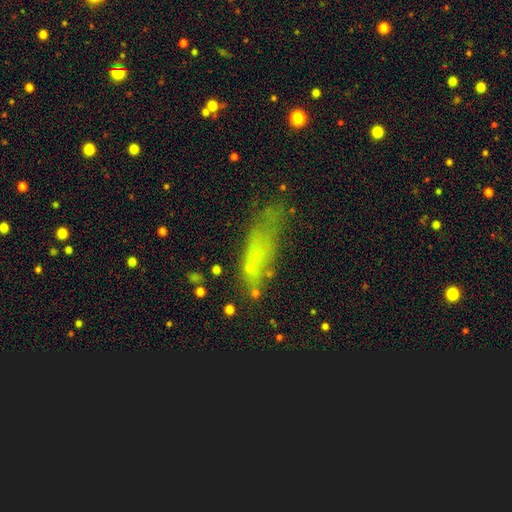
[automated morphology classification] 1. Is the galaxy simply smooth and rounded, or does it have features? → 49% smooth, 27% featured or disk, 24% star or artifact.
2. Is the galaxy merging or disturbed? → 53% none, 22% minor disturbance, 15% major disturbance, 9% merger.